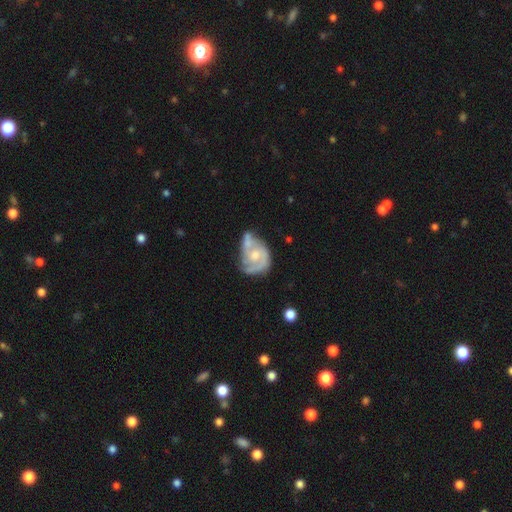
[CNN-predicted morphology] Smooth or featured? featured or disk (78%)
Edge-on disk? no (98%)
Bar? no (68%)
Spiral arms? yes (87%)
Spiral winding? tight (44%)
Spiral arm count? 2 (54%)
Bulge size? moderate (56%)
Merging? none (41%)